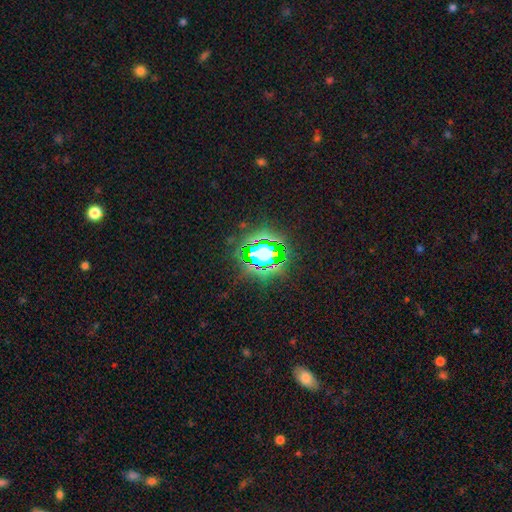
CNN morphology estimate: Smooth or featured: star or artifact — 78% (smooth — 13%)